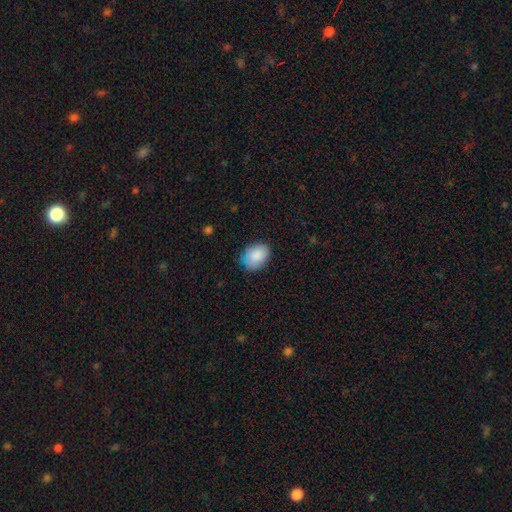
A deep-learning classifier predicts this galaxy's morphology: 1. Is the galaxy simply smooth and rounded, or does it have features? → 87% smooth, 7% star or artifact, 6% featured or disk.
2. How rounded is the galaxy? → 76% in between, 23% round, 1% cigar-shaped.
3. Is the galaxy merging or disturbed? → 78% none, 17% minor disturbance, 4% major disturbance, 1% merger.